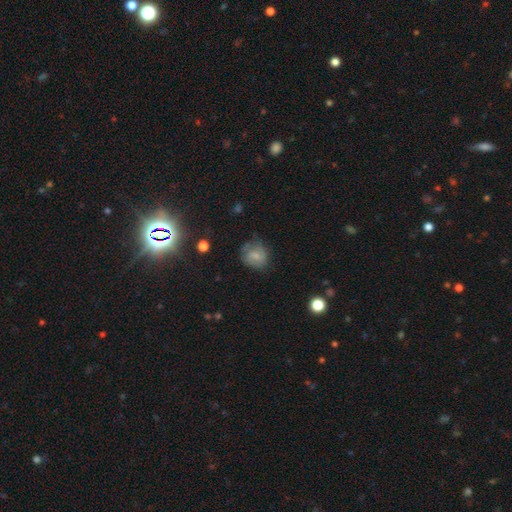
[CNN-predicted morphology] A smooth galaxy with no disk features (66%) that is round (72%). Merging: none (56%).